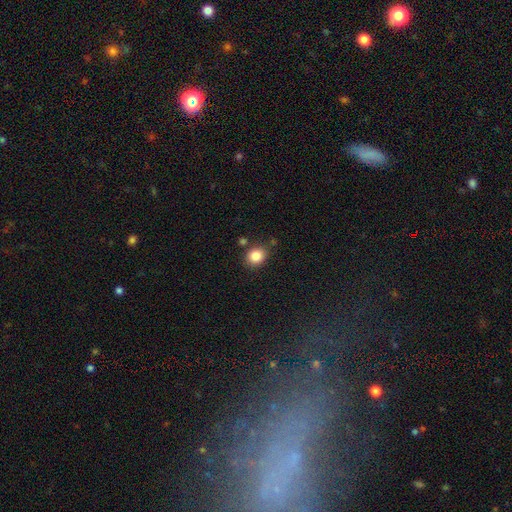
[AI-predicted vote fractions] Smooth or featured: smooth — 85% (star or artifact — 10%)
How rounded: round — 59% (in between — 40%)
Merging: none — 79% (minor disturbance — 12%)